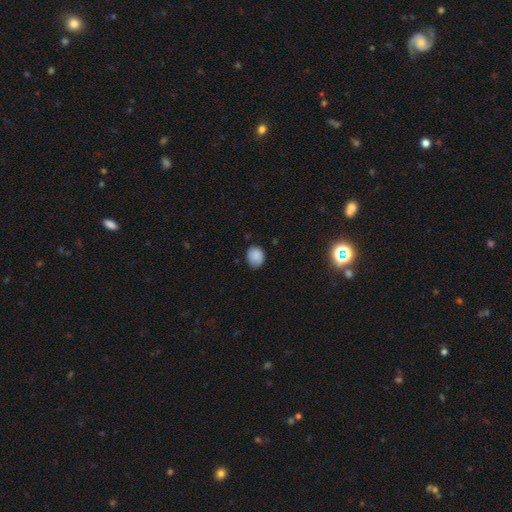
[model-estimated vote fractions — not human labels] A smooth galaxy with no disk features (86%) that is round (64%).

Vote fractions:
- Smooth or featured? smooth: 86% / star or artifact: 9% / featured or disk: 6%
- How rounded? round: 64% / in between: 35% / cigar-shaped: 1%
- Merging? none: 73% / minor disturbance: 23% / major disturbance: 3% / merger: 1%